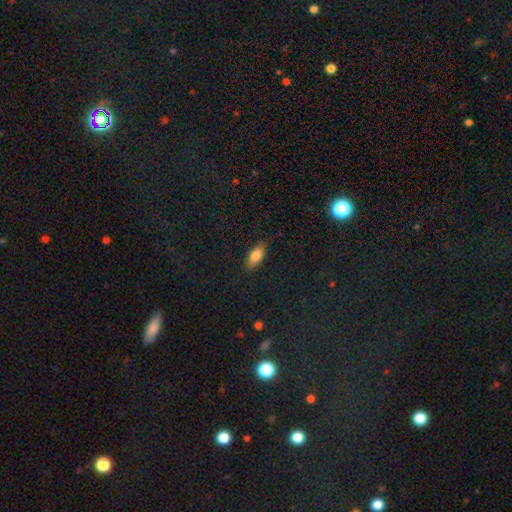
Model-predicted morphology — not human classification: A smooth galaxy with no disk features (80%) that is in between round and cigar-shaped (83%). Merging: none (85%).